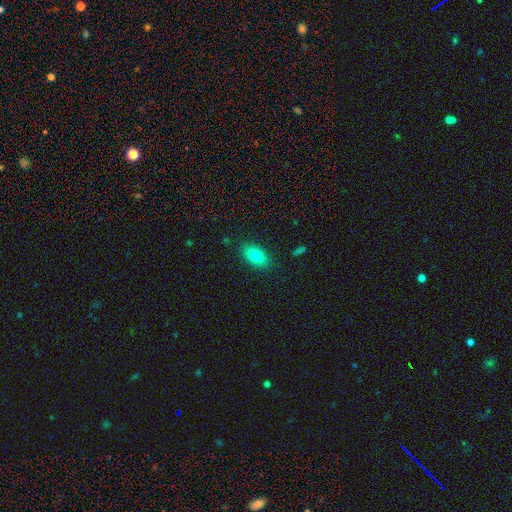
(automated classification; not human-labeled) Smooth or featured?
  - smooth: 78% *
  - featured or disk: 12%
  - star or artifact: 9%
How rounded?
  - in between: 89% *
  - round: 7%
  - cigar-shaped: 4%
Merging?
  - none: 86% *
  - minor disturbance: 10%
  - major disturbance: 3%
  - merger: 1%